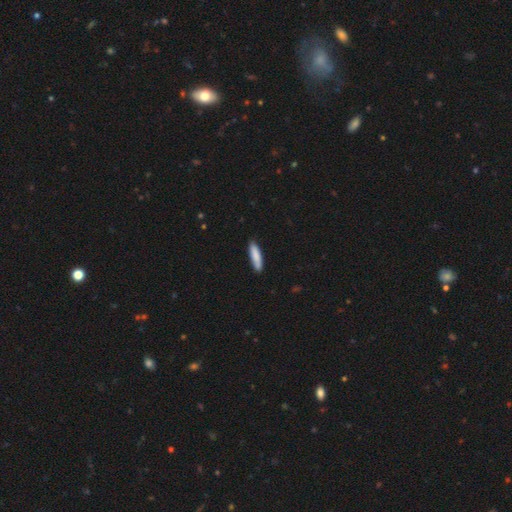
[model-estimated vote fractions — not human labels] smooth_or_featured: smooth (p=0.84) [alt: featured or disk p=0.10]
how_rounded: cigar-shaped (p=0.74) [alt: in between p=0.24]
merging: none (p=0.84) [alt: minor disturbance p=0.13]